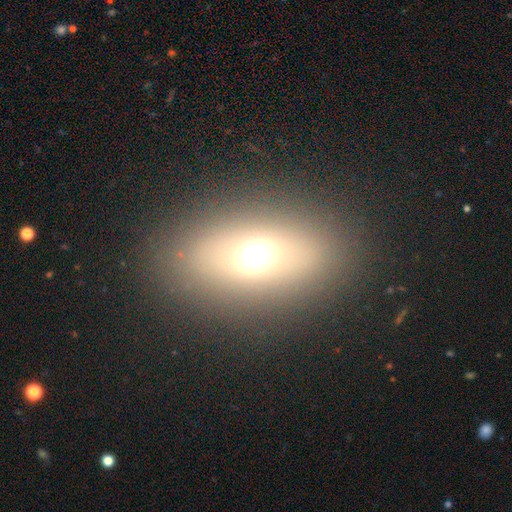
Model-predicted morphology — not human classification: A smooth galaxy with no disk features (56%) that is in between round and cigar-shaped (73%). Merging: none (86%).